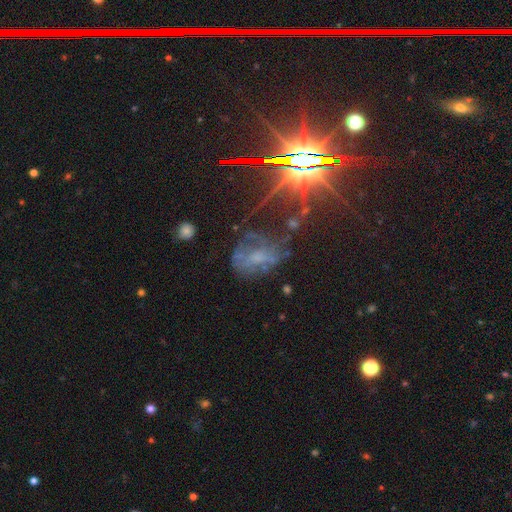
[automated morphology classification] Smooth or featured?
  - star or artifact: 48% *
  - featured or disk: 40%
  - smooth: 13%